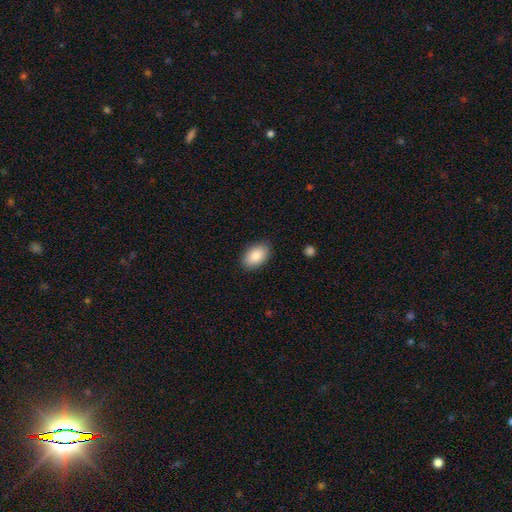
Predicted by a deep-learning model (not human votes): Smooth or featured? smooth (86%)
How rounded? in between (92%)
Merging? none (88%)